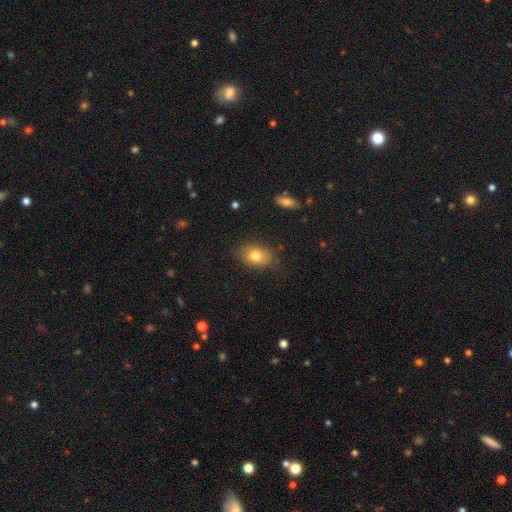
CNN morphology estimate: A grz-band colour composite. It shows a smooth galaxy with no disk features (79%) that is in between round and cigar-shaped (72%). Merging: none (80%).